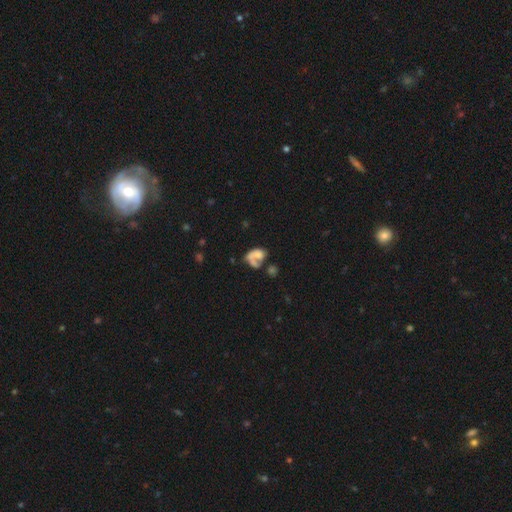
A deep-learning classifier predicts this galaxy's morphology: Smooth or featured? smooth (47%)
Merging? merger (41%)